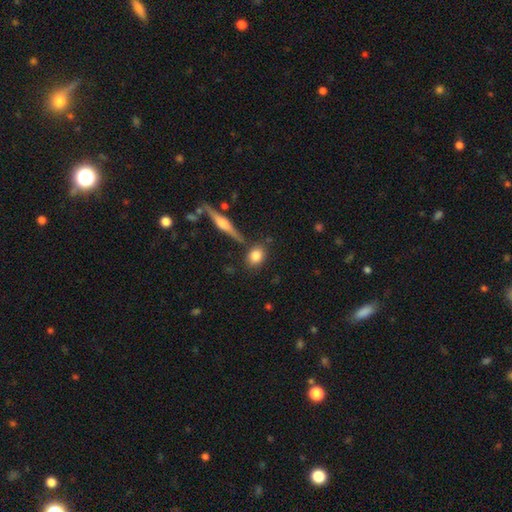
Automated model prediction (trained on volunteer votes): Smooth or featured? smooth (80%)
How rounded? in between (48%, tied with round)
Merging? none (77%)